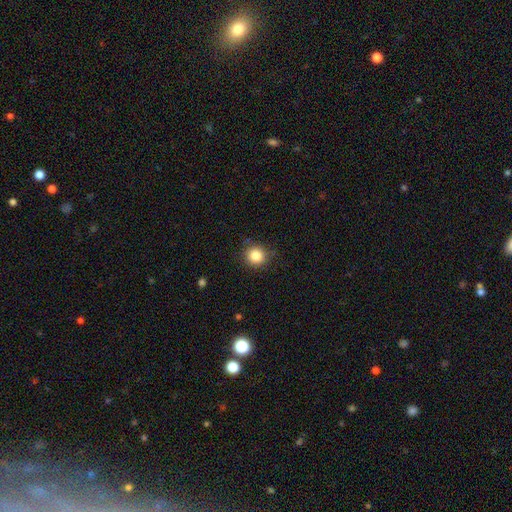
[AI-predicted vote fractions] smooth 84%, star or artifact 11%, featured or disk 5%. Down the decision tree: how rounded — round (91%); merging — none (85%).